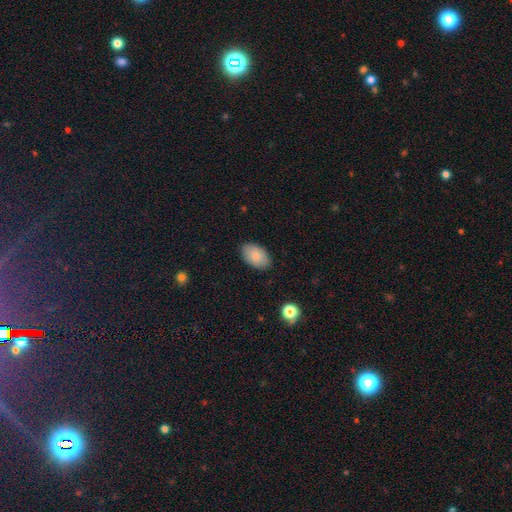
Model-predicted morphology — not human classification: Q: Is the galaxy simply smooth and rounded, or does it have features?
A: smooth — 85%.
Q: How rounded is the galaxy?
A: in between — 93%.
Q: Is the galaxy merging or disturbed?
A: none — 85%.